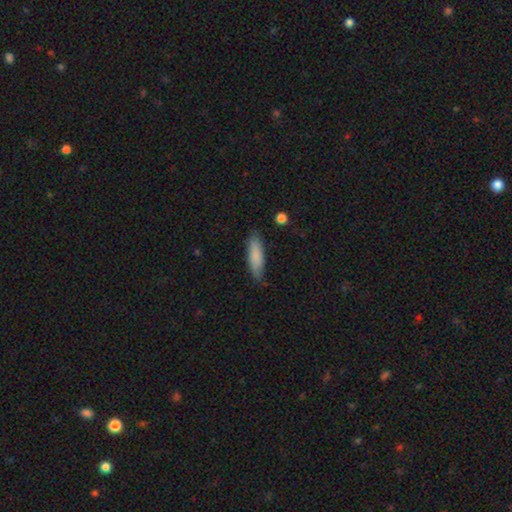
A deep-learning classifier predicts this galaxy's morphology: Smooth or featured? smooth (84%)
How rounded? cigar-shaped (58%)
Merging? none (79%)